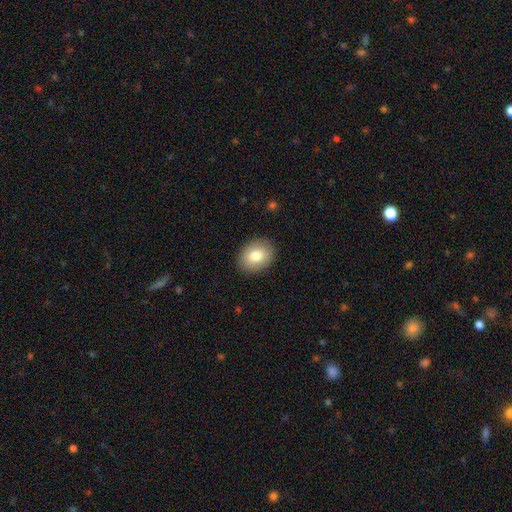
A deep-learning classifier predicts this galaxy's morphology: Smooth or featured?
  - smooth: 80% *
  - featured or disk: 12%
  - star or artifact: 8%
How rounded?
  - in between: 66% *
  - round: 33%
  - cigar-shaped: 1%
Merging?
  - none: 89% *
  - minor disturbance: 8%
  - major disturbance: 2%
  - merger: 1%